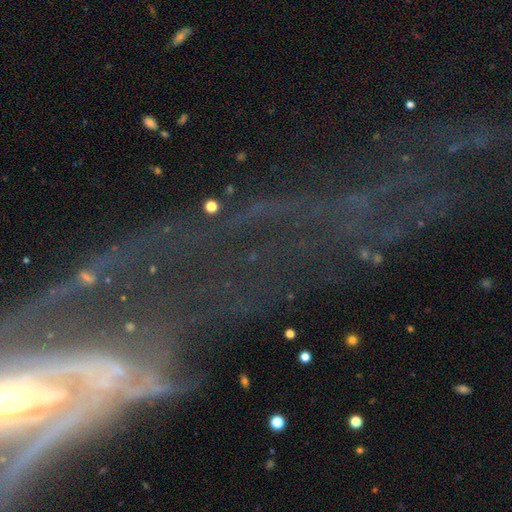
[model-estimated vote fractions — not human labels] Smooth or featured: featured or disk — 62% (star or artifact — 26%)
Edge-on disk: no — 84% (yes — 16%)
Bar: no — 49% (weak — 26%)
Spiral arms: yes — 69% (no — 31%)
Bulge size: small — 45% (moderate — 29%)
Merging: none — 40% (major disturbance — 34%)